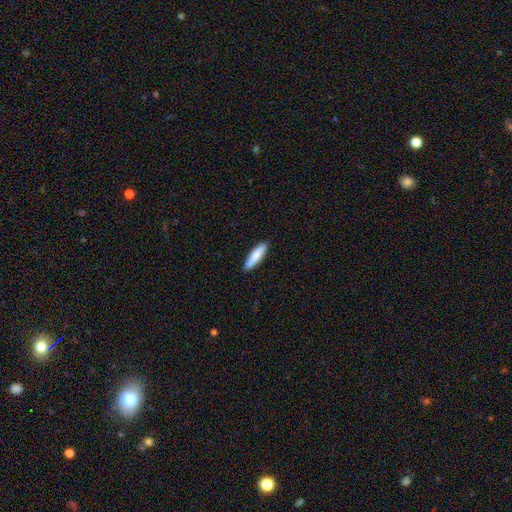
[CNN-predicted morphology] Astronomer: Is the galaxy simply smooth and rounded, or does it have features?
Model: smooth — 82%.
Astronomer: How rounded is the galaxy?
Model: cigar-shaped — 75%.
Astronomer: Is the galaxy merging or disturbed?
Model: none — 89%.